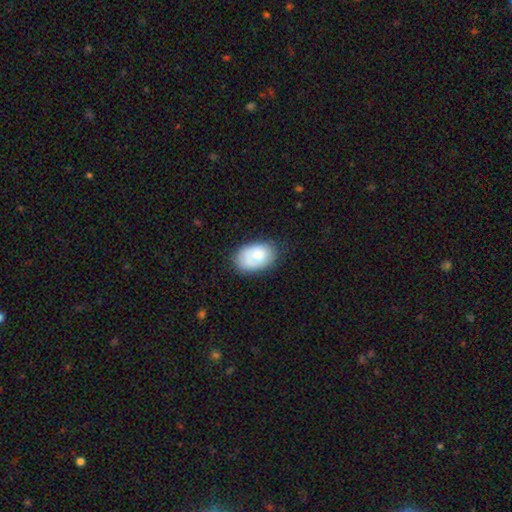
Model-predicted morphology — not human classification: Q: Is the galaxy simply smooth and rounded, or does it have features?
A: smooth — 75%.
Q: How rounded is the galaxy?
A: in between — 85%.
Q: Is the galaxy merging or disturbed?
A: none — 68%.